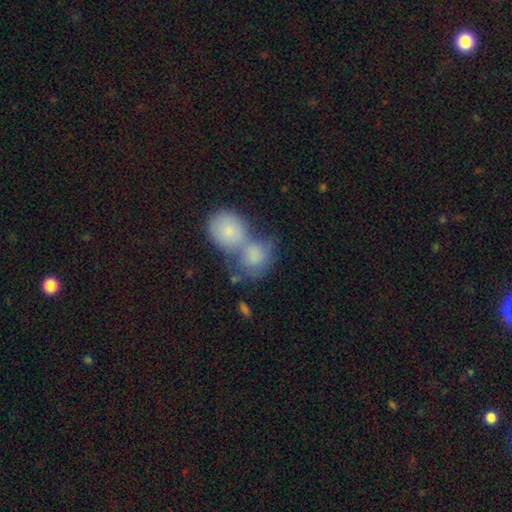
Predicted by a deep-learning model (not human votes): Smooth or featured: smooth — 76% (featured or disk — 17%)
How rounded: round — 50% (in between — 48%)
Merging: merger — 72% (none — 15%)